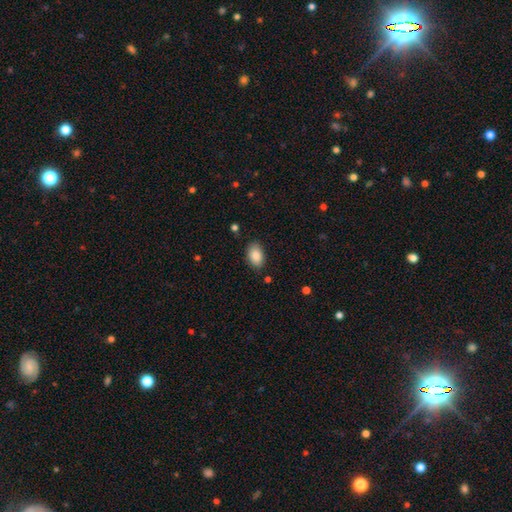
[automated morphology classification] This appears to be a smooth galaxy with no disk features (87%) that is in between round and cigar-shaped (91%). Merging: none (84%).